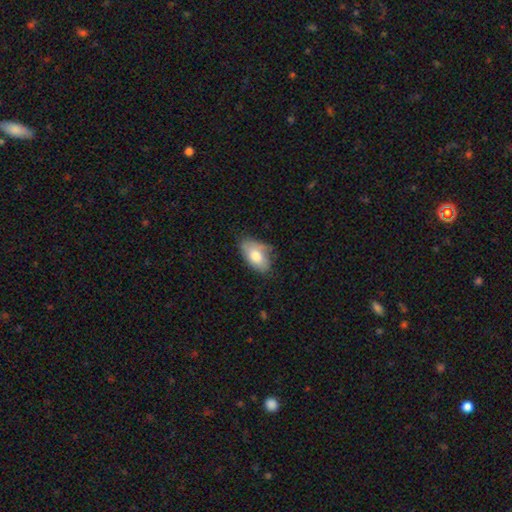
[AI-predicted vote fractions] Smooth or featured: smooth — 74% (featured or disk — 20%)
How rounded: in between — 93% (round — 5%)
Merging: none — 52% (minor disturbance — 35%)